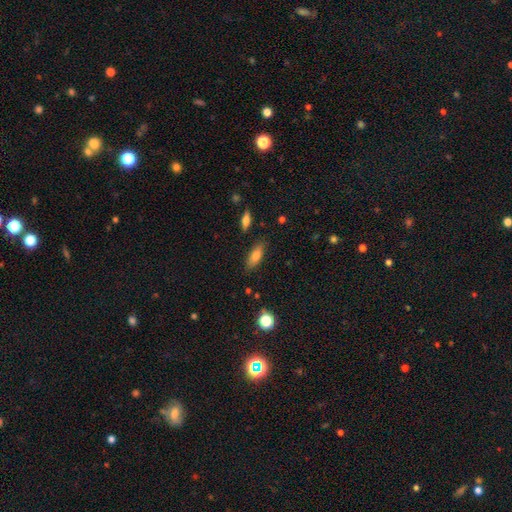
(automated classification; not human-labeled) This appears to be a smooth galaxy with no disk features (77%) that is in between round and cigar-shaped (75%). Merging: none (83%).